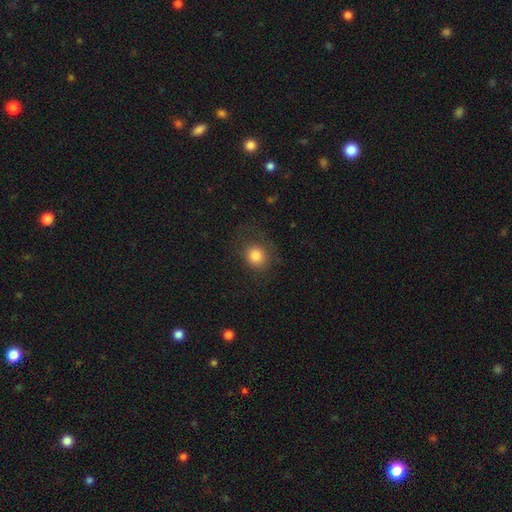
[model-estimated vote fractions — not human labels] Smooth or featured: smooth — 83% (star or artifact — 11%)
How rounded: round — 79% (in between — 20%)
Merging: none — 75% (minor disturbance — 15%)